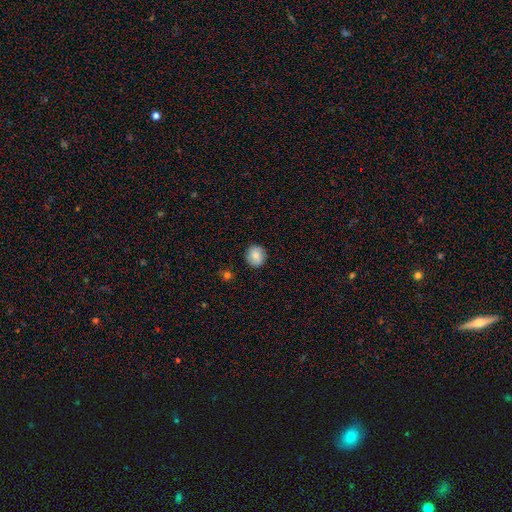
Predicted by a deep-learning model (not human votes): A smooth galaxy with no disk features (82%) that is round (85%). Merging: none (88%).